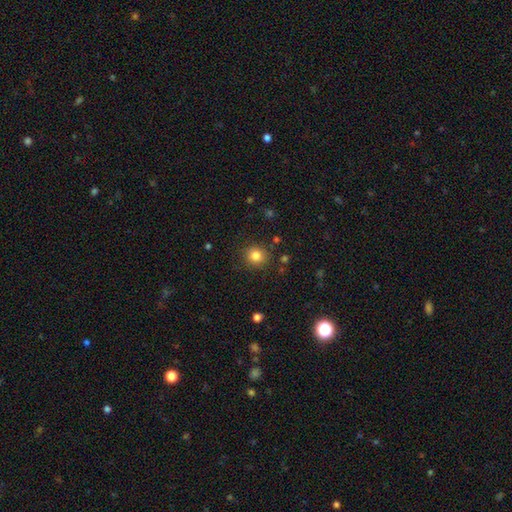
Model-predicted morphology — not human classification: This appears to be a smooth galaxy with no disk features (83%) that is round (89%). Merging: none (87%).